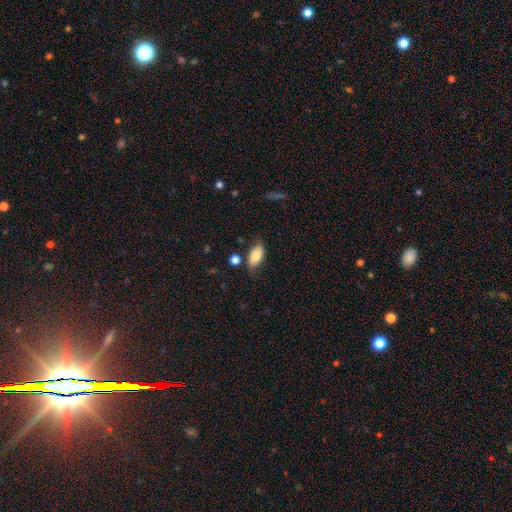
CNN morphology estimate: smooth 79%, featured or disk 14%, star or artifact 7%. Down the decision tree: how rounded — in between (92%); merging — none (73%).